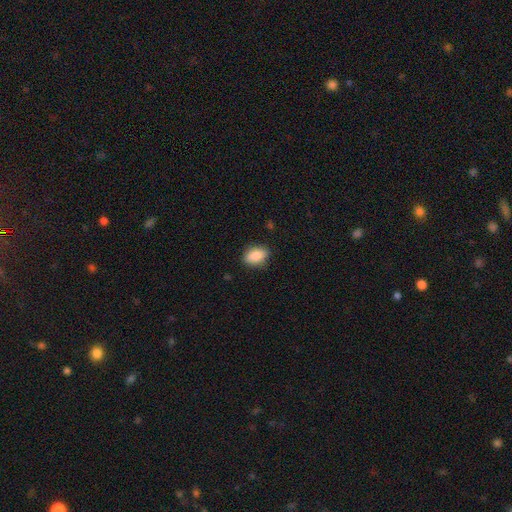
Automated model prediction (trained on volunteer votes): Q: Smooth or featured?
A: smooth (86%); runner-up: star or artifact (8%)
Q: How rounded?
A: in between (82%); runner-up: round (15%)
Q: Merging?
A: none (84%); runner-up: minor disturbance (12%)